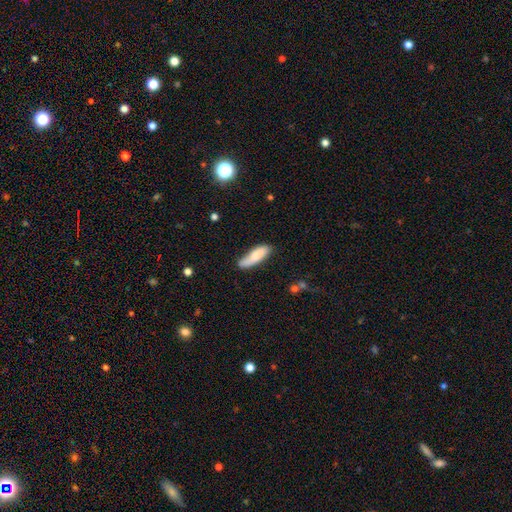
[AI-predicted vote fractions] This is likely a smooth galaxy (74%). How rounded: possibly cigar-shaped (51%). Merging: likely none (68%).